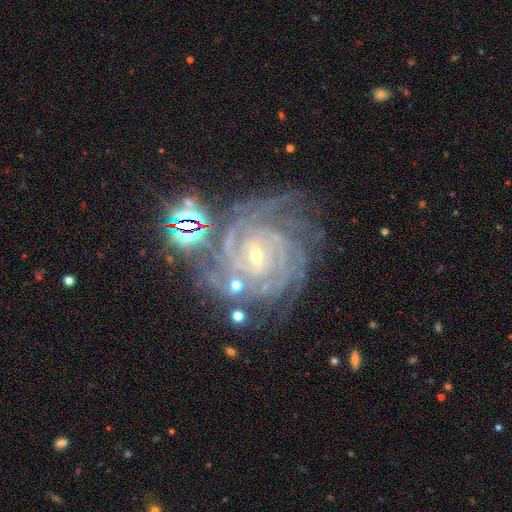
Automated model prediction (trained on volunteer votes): Overall: featured or disk (90%). Edge-on disk: no (98%). Bar: weak (46%; no 28%). Spiral arms: yes (99%). Spiral arm count: 4 (27%; 3 19%). Spiral winding: tight (82%). Bulge size: small (71%). Merging: none (70%).